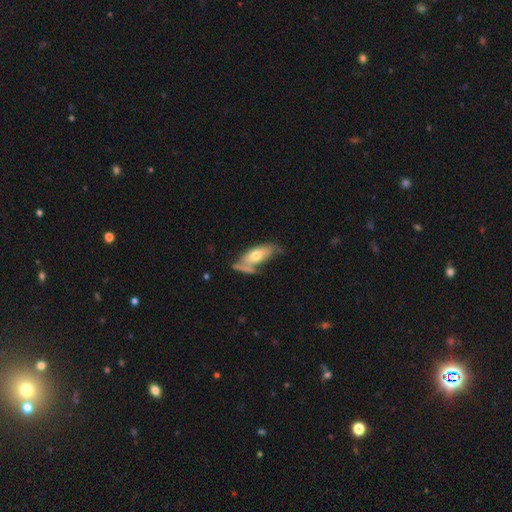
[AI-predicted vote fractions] Overall: smooth (54%; featured or disk 40%). How rounded: in between (75%). Merging: none (36%; minor disturbance 27%).